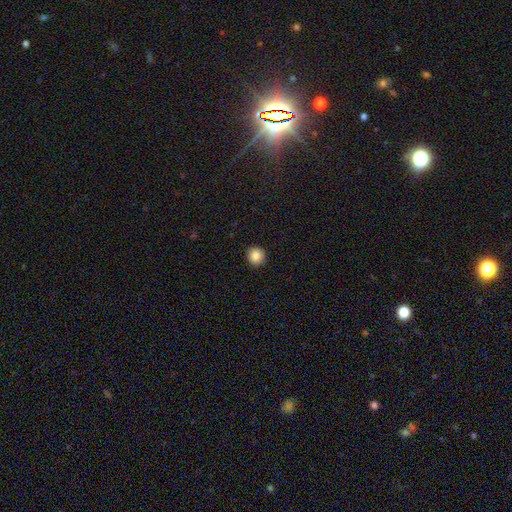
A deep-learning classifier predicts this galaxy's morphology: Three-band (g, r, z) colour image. It shows a smooth galaxy with no disk features (86%) that is round (91%). Merging: none (92%).